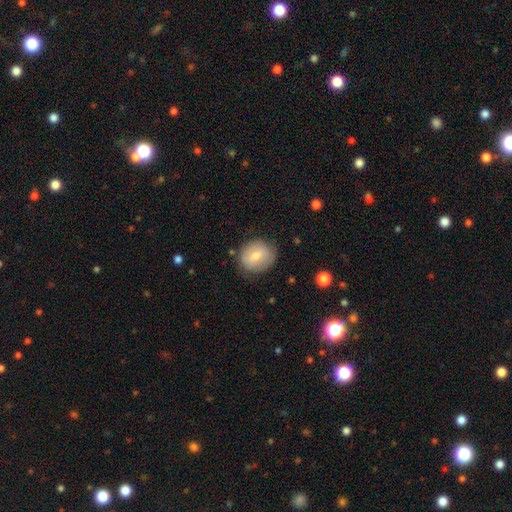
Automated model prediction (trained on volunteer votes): Overall: smooth (67%). How rounded: round (69%; in between 30%). Merging: none (77%).